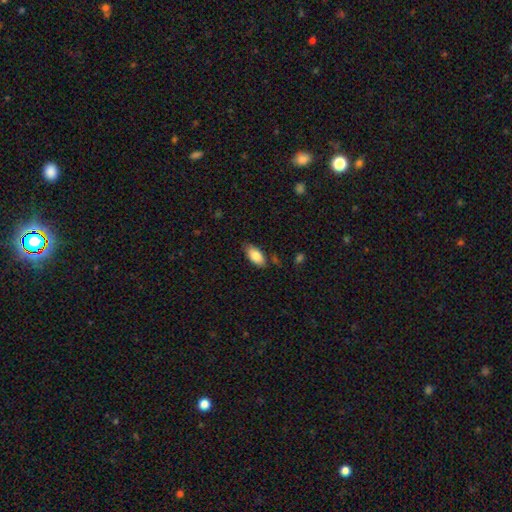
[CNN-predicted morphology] Smooth or featured? Predicted: smooth (p=0.83). How rounded? Predicted: in between (p=0.92). Merging? Predicted: none (p=0.78).